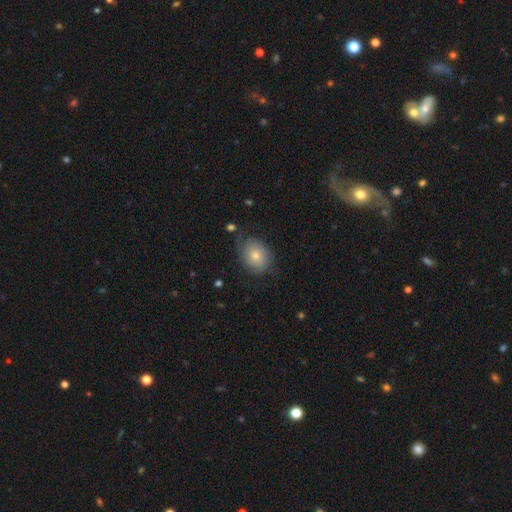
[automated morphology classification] smooth 71%, featured or disk 21%, star or artifact 8%. Down the decision tree: how rounded — in between (56%); merging — none (65%).